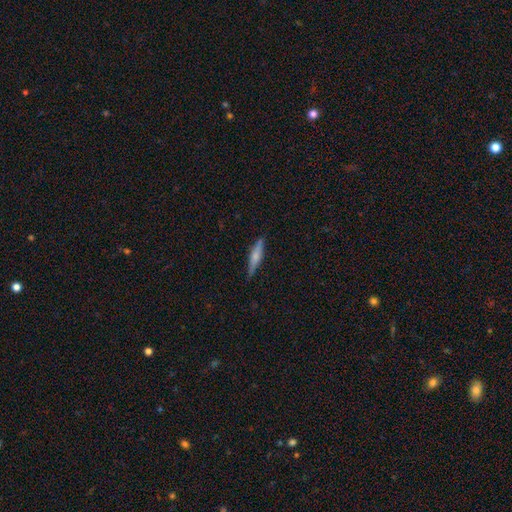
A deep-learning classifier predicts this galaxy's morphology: A smooth galaxy with no disk features (54%) that is cigar-shaped (82%).

Vote fractions:
- Smooth or featured? smooth: 54% / featured or disk: 40% / star or artifact: 6%
- How rounded? cigar-shaped: 82% / in between: 16% / round: 2%
- Merging? none: 85% / minor disturbance: 11% / major disturbance: 2% / merger: 1%